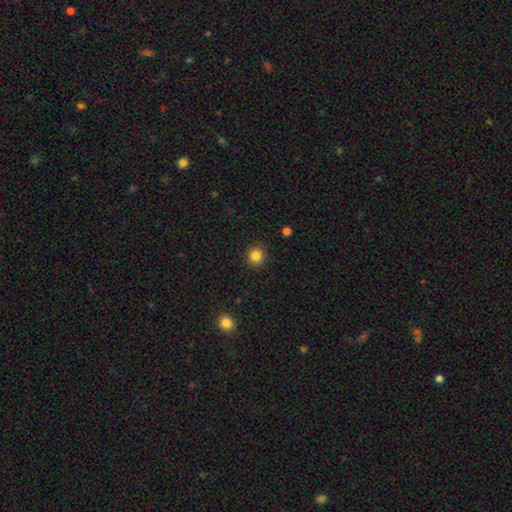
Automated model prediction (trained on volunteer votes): smooth 84%, star or artifact 11%, featured or disk 4%. Down the decision tree: how rounded — round (91%); merging — none (92%).